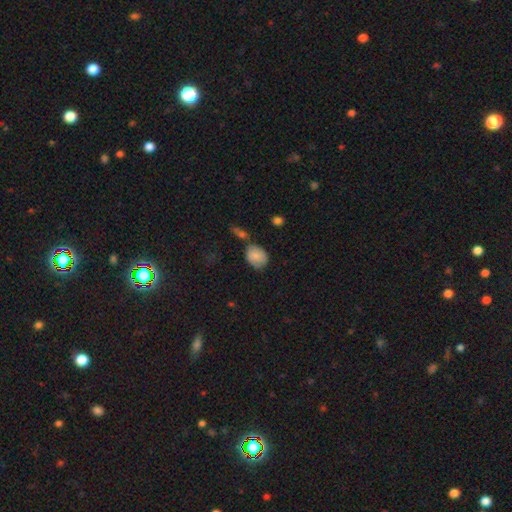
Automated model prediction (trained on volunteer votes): Morphology: type=smooth (83%); roundness=in between (59%); merging=none (60%).